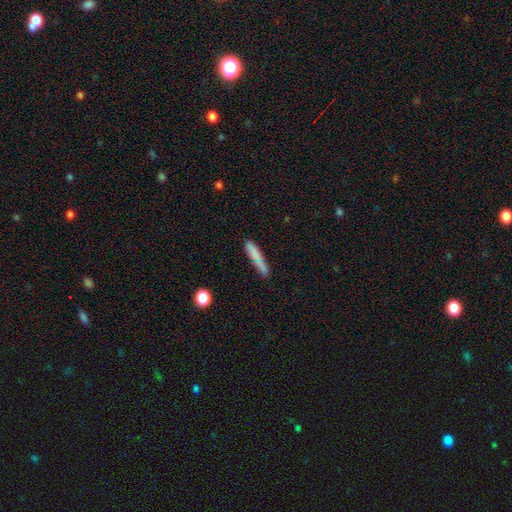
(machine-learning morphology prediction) The model was most divided on "merging": none: 71%, minor disturbance: 18%, merger: 6%, major disturbance: 5%. More confident: how rounded — cigar-shaped (89%); smooth or featured — smooth (76%).